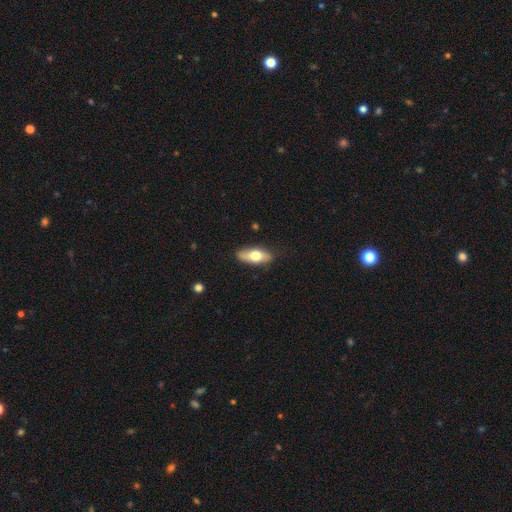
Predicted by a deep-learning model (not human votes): Morphology: type=smooth (65%); roundness=in between (75%); merging=none (82%).